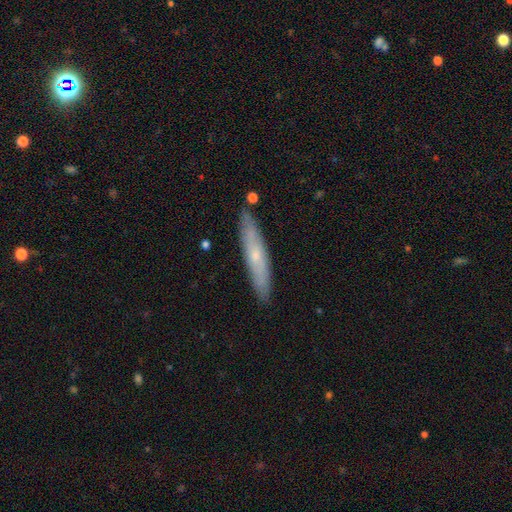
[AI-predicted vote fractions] A smooth galaxy with no disk features (49%).

Vote fractions:
- Smooth or featured? smooth: 49% / featured or disk: 45% / star or artifact: 6%
- Merging? none: 86% / minor disturbance: 10% / merger: 2% / major disturbance: 2%